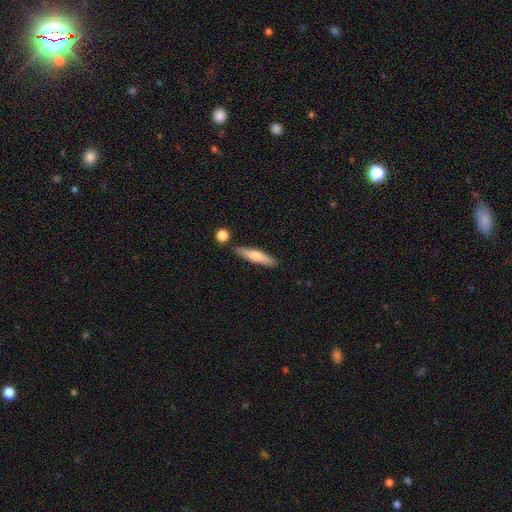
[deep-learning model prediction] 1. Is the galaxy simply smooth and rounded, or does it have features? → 59% smooth, 35% featured or disk, 6% star or artifact.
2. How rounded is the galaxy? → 81% cigar-shaped, 17% in between, 2% round.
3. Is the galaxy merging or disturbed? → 83% none, 10% minor disturbance, 5% merger, 2% major disturbance.